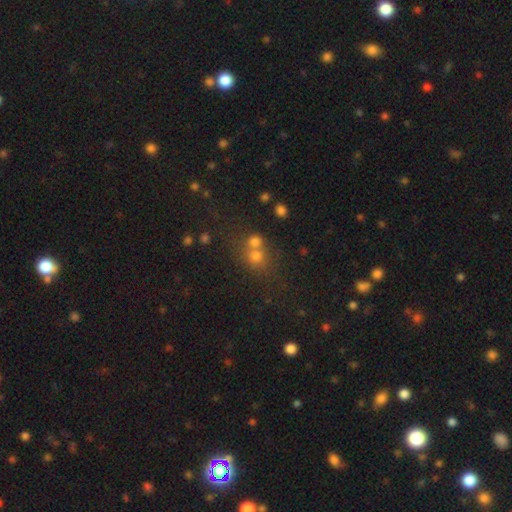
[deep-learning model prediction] Q: Smooth or featured?
A: smooth (66%); runner-up: star or artifact (21%)
Q: How rounded?
A: round (81%); runner-up: in between (18%)
Q: Merging?
A: merger (46%); runner-up: none (43%)